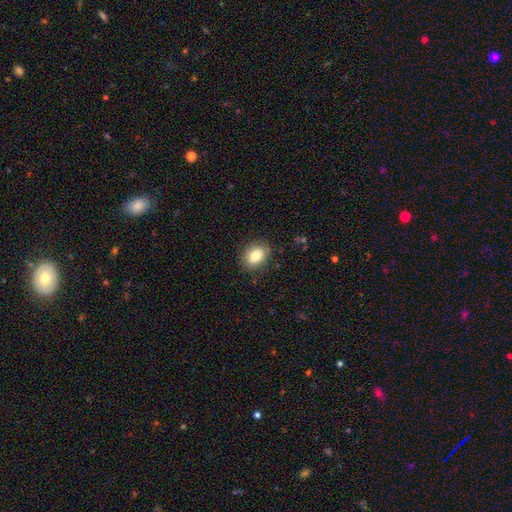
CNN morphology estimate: The model was most divided on "how rounded": in between: 64%, round: 34%, cigar-shaped: 1%. More confident: merging — none (85%); smooth or featured — smooth (81%).